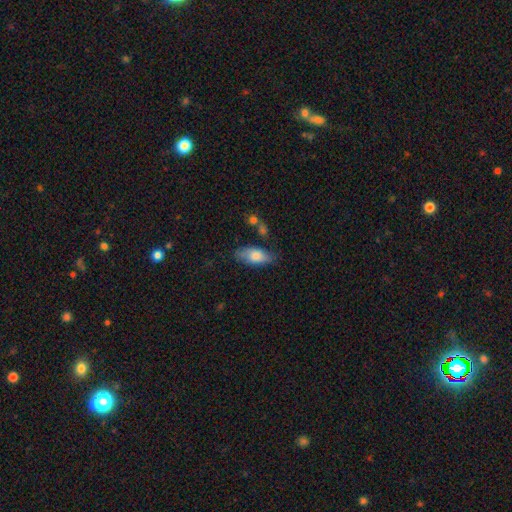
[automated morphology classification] smooth_or_featured: smooth (p=0.77) [alt: featured or disk p=0.16]
how_rounded: in between (p=0.84) [alt: cigar-shaped p=0.14]
merging: none (p=0.69) [alt: minor disturbance p=0.20]